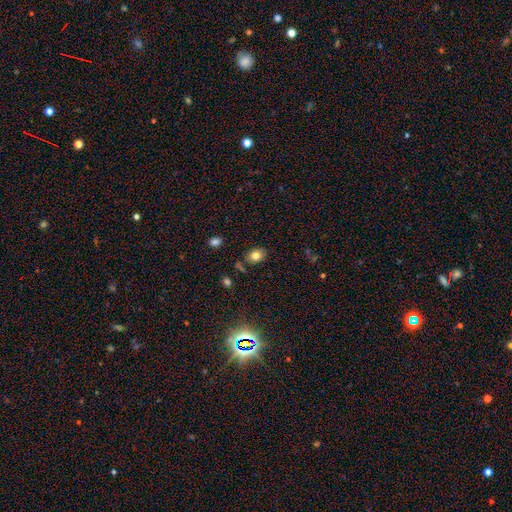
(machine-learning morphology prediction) This is likely a smooth galaxy (78%). How rounded: likely in between (63%). Merging: likely none (79%).